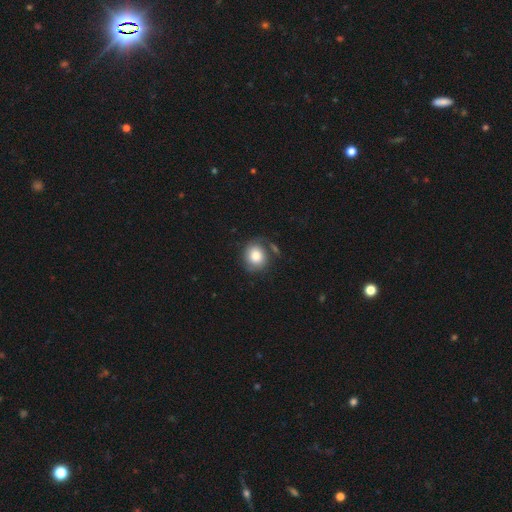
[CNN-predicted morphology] smooth_or_featured: smooth (p=0.78) [alt: featured or disk p=0.14]
how_rounded: round (p=0.77) [alt: in between p=0.22]
merging: none (p=0.65) [alt: minor disturbance p=0.19]